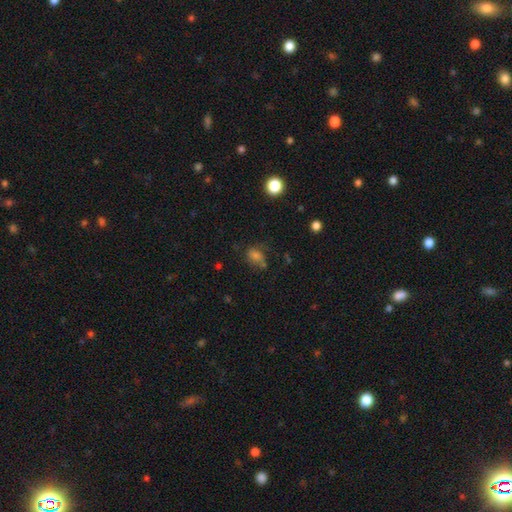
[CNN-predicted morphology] This appears to be a smooth galaxy with no disk features (59%) that is in between round and cigar-shaped (57%). Merging: none (52%).